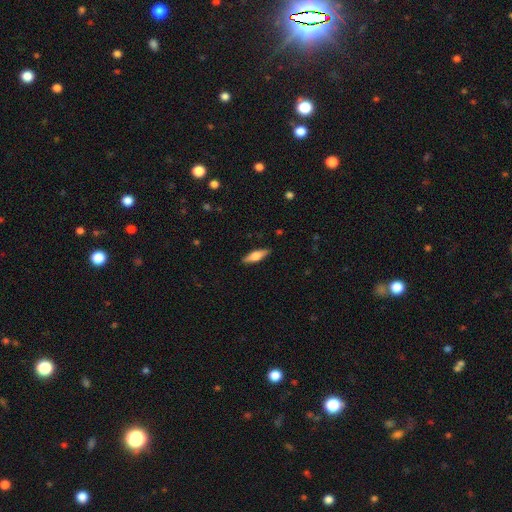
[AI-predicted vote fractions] This is possibly a smooth galaxy (60%). How rounded: possibly cigar-shaped (53%). Merging: clearly none (88%).